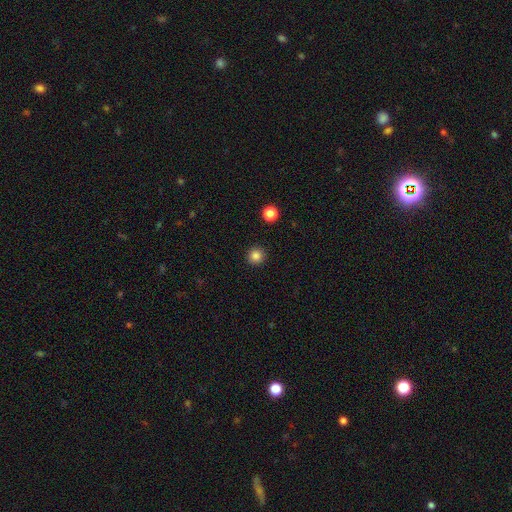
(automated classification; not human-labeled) Smooth or featured? Predicted: smooth (p=0.84). How rounded? Predicted: round (p=0.95). Merging? Predicted: none (p=0.93).